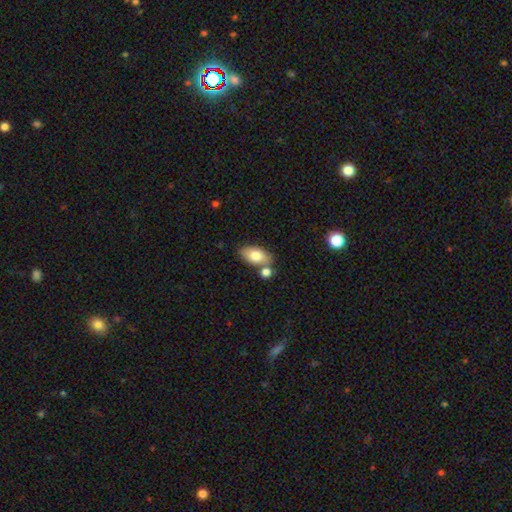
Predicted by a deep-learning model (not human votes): Overall: smooth (78%). How rounded: in between (91%). Merging: none (66%).